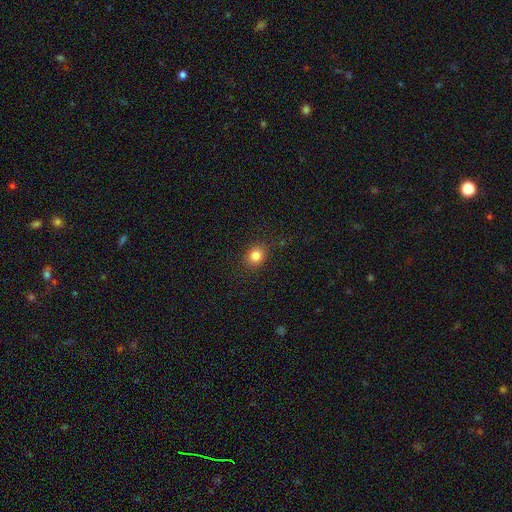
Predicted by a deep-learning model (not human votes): This appears to be a smooth galaxy with no disk features (83%) that is round (70%). Merging: none (87%).